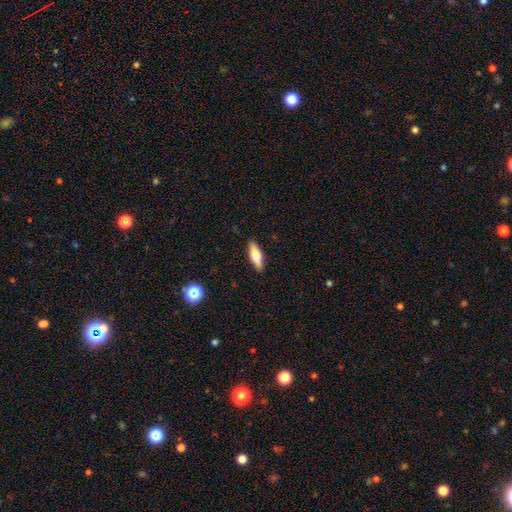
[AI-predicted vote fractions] Smooth or featured: smooth — 67% (featured or disk — 26%)
How rounded: in between — 59% (cigar-shaped — 39%)
Merging: none — 88% (minor disturbance — 9%)